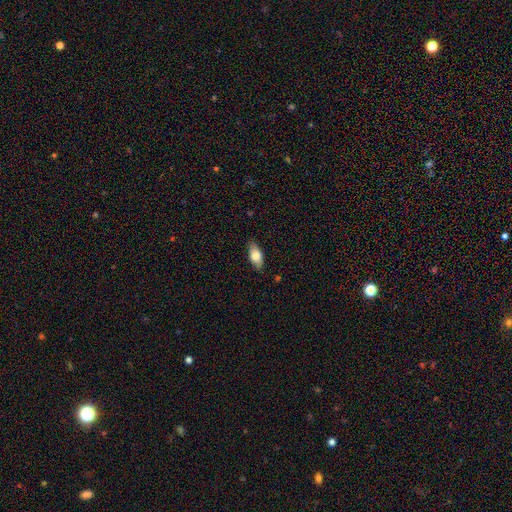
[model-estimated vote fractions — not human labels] The model was most divided on "smooth or featured": smooth: 76%, featured or disk: 17%, star or artifact: 7%. More confident: how rounded — in between (86%); merging — none (85%).